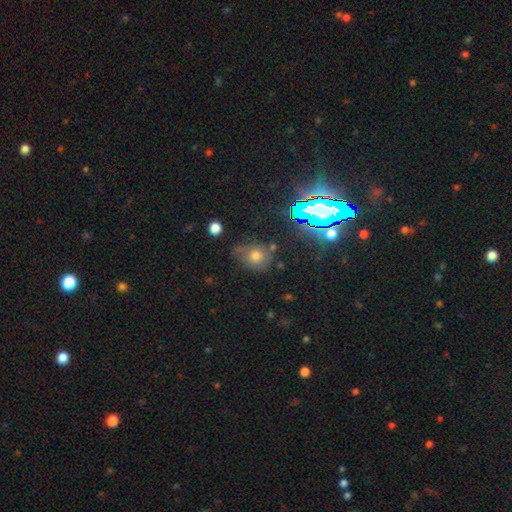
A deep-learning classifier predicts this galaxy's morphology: Smooth or featured: smooth — 61% (star or artifact — 25%)
How rounded: round — 66% (in between — 33%)
Merging: none — 60% (minor disturbance — 25%)